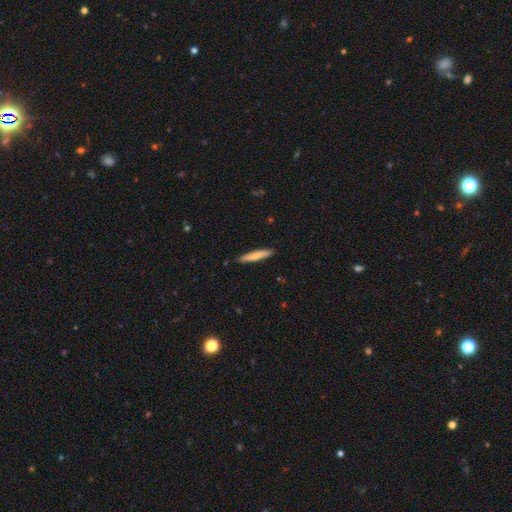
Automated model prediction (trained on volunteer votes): Smooth or featured? Predicted: smooth (p=0.72). How rounded? Predicted: cigar-shaped (p=0.92). Merging? Predicted: none (p=0.89).